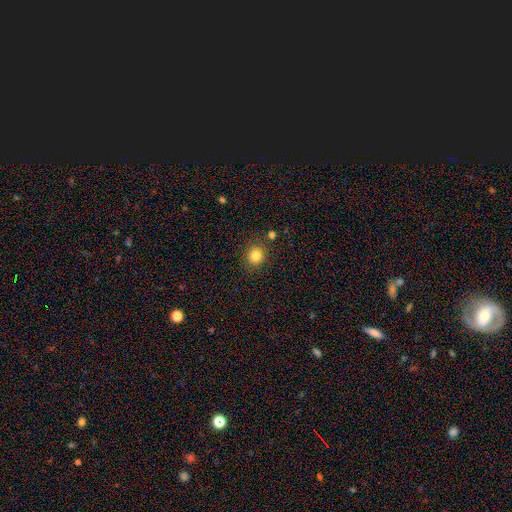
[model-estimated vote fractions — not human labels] A smooth galaxy with no disk features (83%) that is round (79%).

Vote fractions:
- Smooth or featured? smooth: 83% / star or artifact: 11% / featured or disk: 6%
- How rounded? round: 79% / in between: 20% / cigar-shaped: 1%
- Merging? none: 83% / minor disturbance: 9% / merger: 4% / major disturbance: 3%